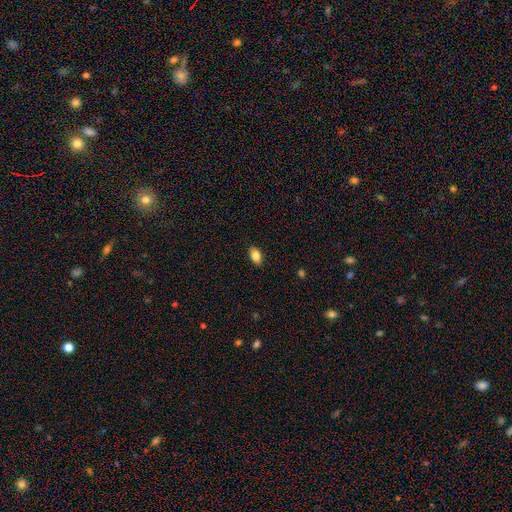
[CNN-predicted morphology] A smooth galaxy with no disk features (83%) that is in between round and cigar-shaped (89%).

Vote fractions:
- Smooth or featured? smooth: 83% / featured or disk: 9% / star or artifact: 8%
- How rounded? in between: 89% / round: 9% / cigar-shaped: 3%
- Merging? none: 87% / minor disturbance: 10% / major disturbance: 2% / merger: 1%